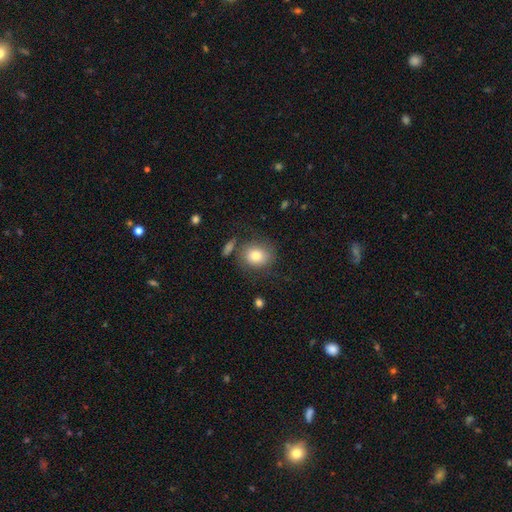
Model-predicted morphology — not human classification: A smooth galaxy with no disk features (78%) that is round (68%).

Vote fractions:
- Smooth or featured? smooth: 78% / featured or disk: 13% / star or artifact: 9%
- How rounded? round: 68% / in between: 31% / cigar-shaped: 1%
- Merging? none: 70% / minor disturbance: 16% / major disturbance: 7% / merger: 7%